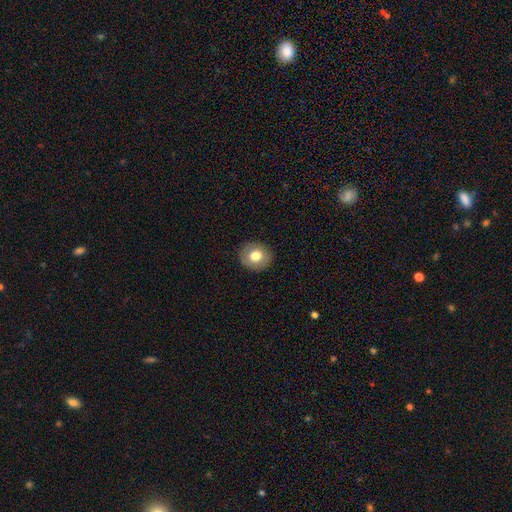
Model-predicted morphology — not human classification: Q: Smooth or featured?
A: smooth (78%); runner-up: featured or disk (14%)
Q: How rounded?
A: round (75%); runner-up: in between (24%)
Q: Merging?
A: none (90%); runner-up: minor disturbance (7%)